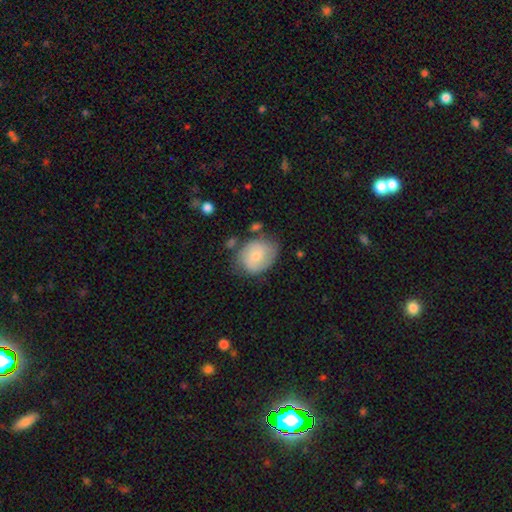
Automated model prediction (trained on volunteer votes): Smooth or featured? Predicted: smooth (p=0.67). How rounded? Predicted: in between (p=0.53). Merging? Predicted: none (p=0.58).